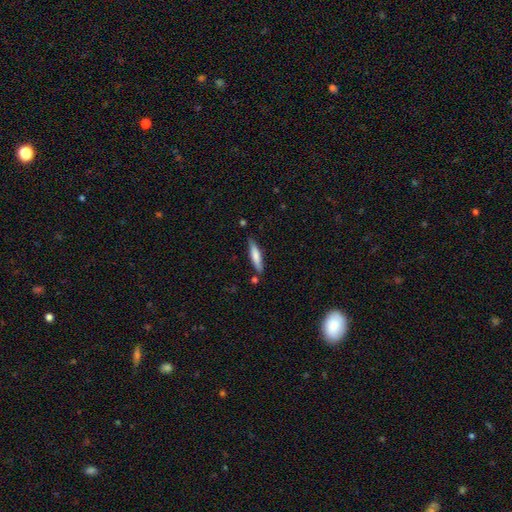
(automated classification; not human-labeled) This appears to be a smooth galaxy with no disk features (69%) that is cigar-shaped (83%). Merging: none (79%).